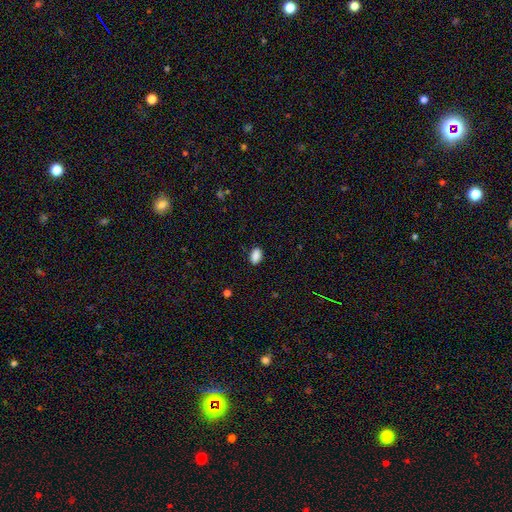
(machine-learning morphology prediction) Smooth or featured: smooth — 88% (star or artifact — 8%)
How rounded: in between — 89% (round — 10%)
Merging: none — 86% (minor disturbance — 11%)